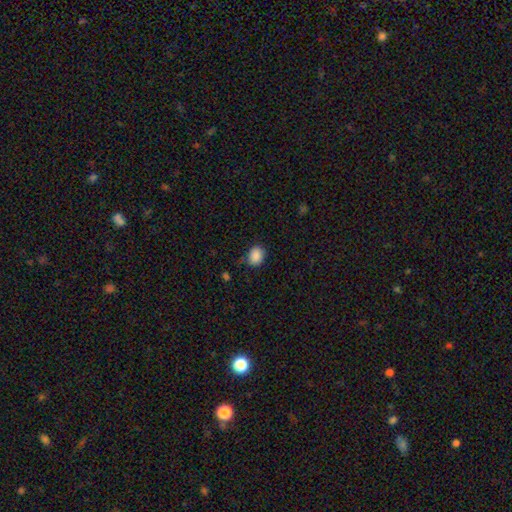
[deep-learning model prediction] Overall: smooth (88%). How rounded: round (50%; in between 49%). Merging: none (78%).